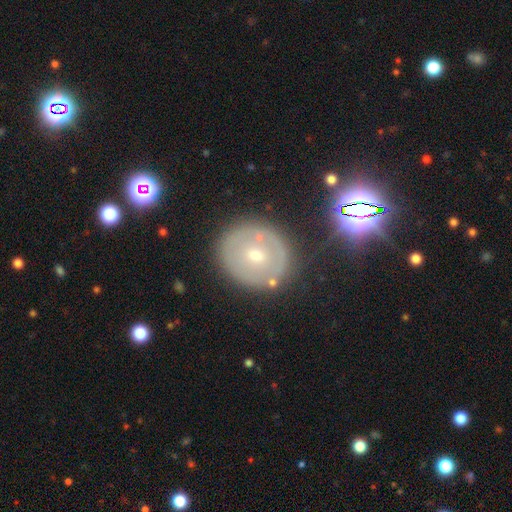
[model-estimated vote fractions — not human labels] The model was most divided on "smooth or featured": featured or disk: 46%, smooth: 41%, star or artifact: 12%. More confident: merging — none (80%).